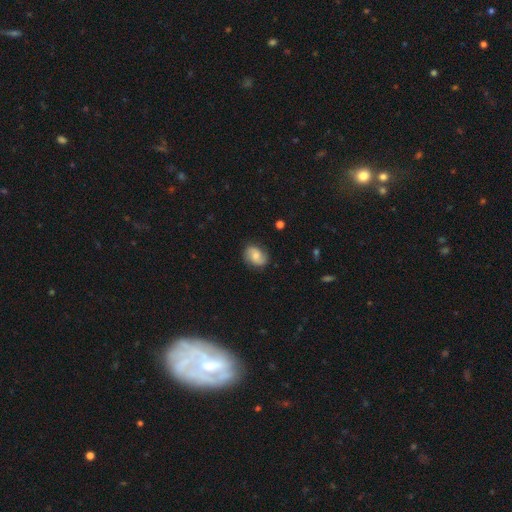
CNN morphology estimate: Smooth or featured: smooth — 49% (featured or disk — 43%)
Merging: none — 81% (minor disturbance — 14%)